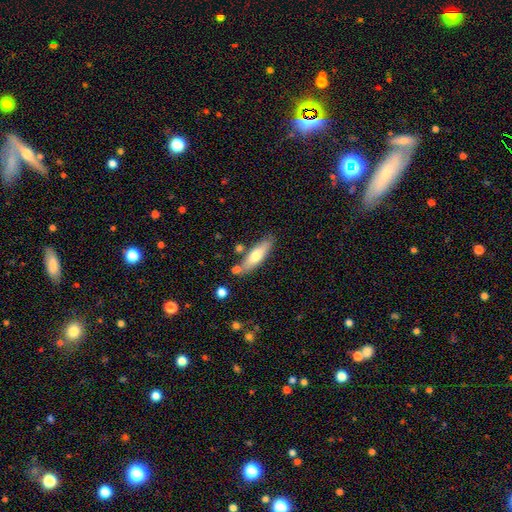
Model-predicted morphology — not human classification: Smooth or featured: smooth — 66% (featured or disk — 28%)
How rounded: cigar-shaped — 59% (in between — 39%)
Merging: none — 72% (minor disturbance — 14%)